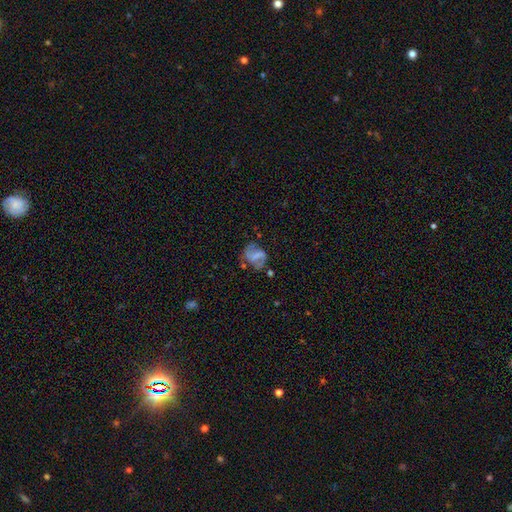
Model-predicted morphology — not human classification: smooth_or_featured: featured or disk (p=0.64) [alt: smooth p=0.26]
disk_edge_on: no (p=0.97) [alt: yes p=0.03]
bar: strong (p=0.41) [alt: weak p=0.38]
has_spiral_arms: yes (p=0.80) [alt: no p=0.20]
spiral_winding: loose (p=0.43) [alt: medium p=0.42]
spiral_arm_count: 2 (p=0.85) [alt: can't tell p=0.07]
bulge_size: none (p=0.59) [alt: small p=0.22]
merging: none (p=0.58) [alt: minor disturbance p=0.22]